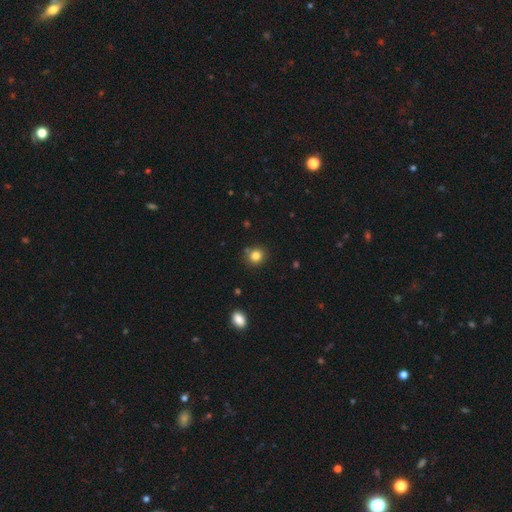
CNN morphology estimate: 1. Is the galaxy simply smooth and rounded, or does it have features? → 82% smooth, 12% star or artifact, 6% featured or disk.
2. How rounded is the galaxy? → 85% round, 14% in between, 1% cigar-shaped.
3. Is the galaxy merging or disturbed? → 84% none, 9% minor disturbance, 5% merger, 2% major disturbance.